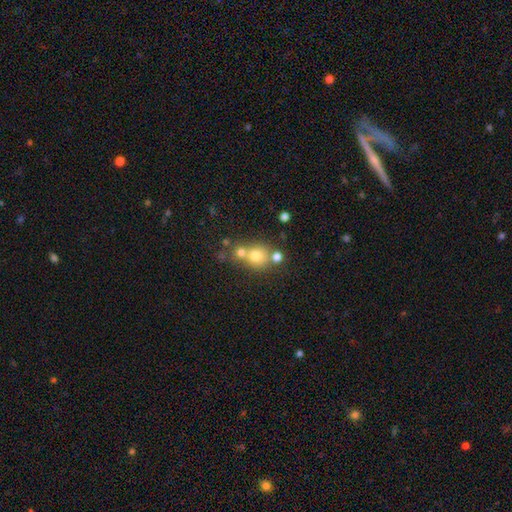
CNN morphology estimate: type=smooth (69%); roundness=round (82%); merging=none (48%).